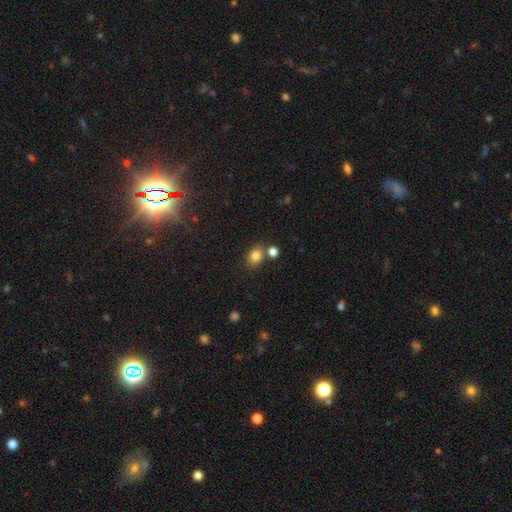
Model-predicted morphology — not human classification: This appears to be a smooth galaxy with no disk features (82%) that is in between round and cigar-shaped (54%). Merging: none (67%).